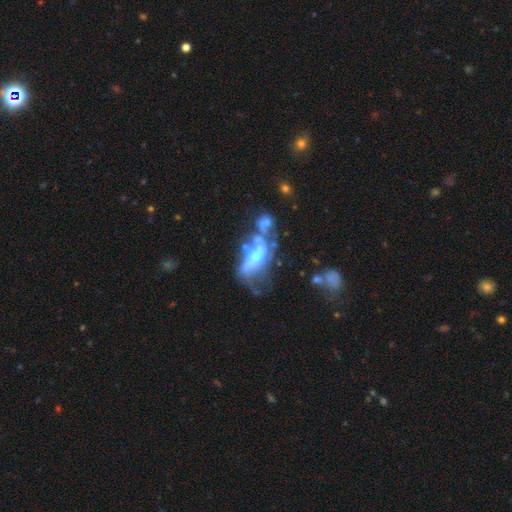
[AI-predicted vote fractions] This appears to be a featured or disk galaxy (70%) with no bar (64%), no spiral arms (53%) and a moderate central bulge (52%). Merging: merger (34%).